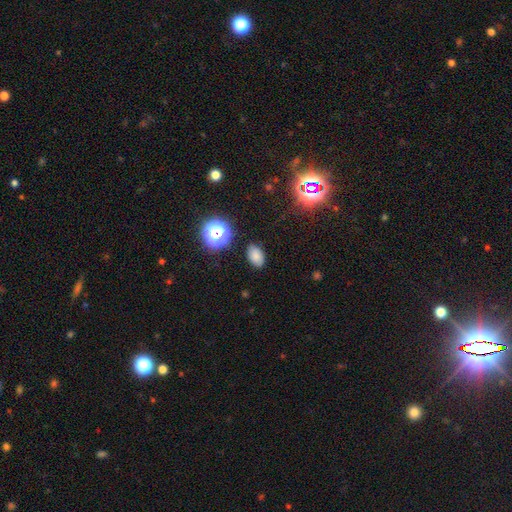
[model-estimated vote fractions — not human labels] smooth 77%, star or artifact 16%, featured or disk 7%. Down the decision tree: how rounded — in between (86%); merging — none (84%).